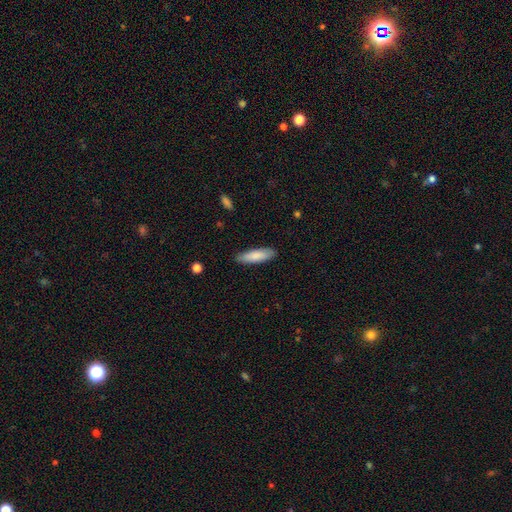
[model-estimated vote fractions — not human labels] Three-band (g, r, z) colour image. It shows a smooth galaxy with no disk features (83%) that is cigar-shaped (55%). Merging: none (87%).